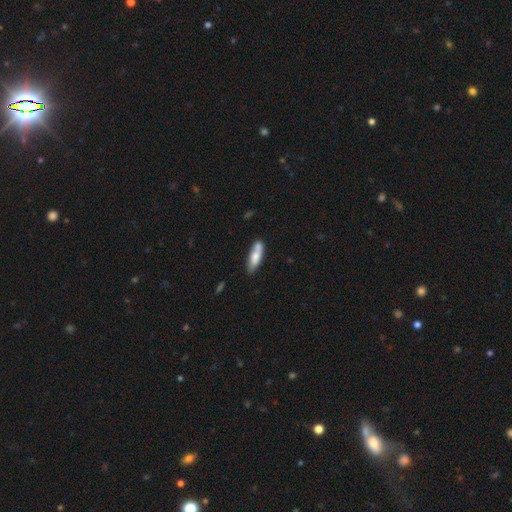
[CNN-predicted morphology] type=smooth (72%); roundness=cigar-shaped (50%); merging=none (63%).